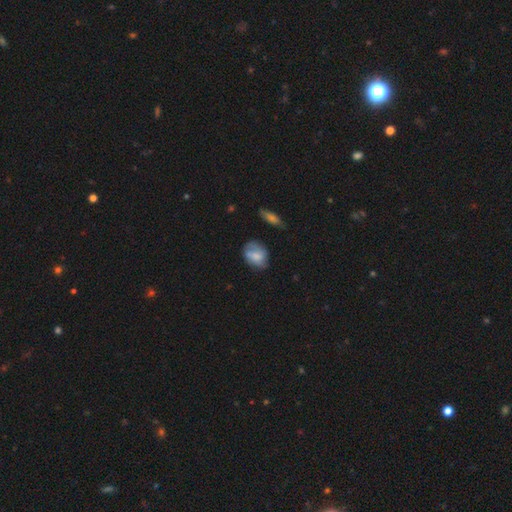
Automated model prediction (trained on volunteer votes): Smooth or featured: smooth — 60% (featured or disk — 33%)
How rounded: in between — 62% (round — 36%)
Merging: none — 56% (minor disturbance — 30%)